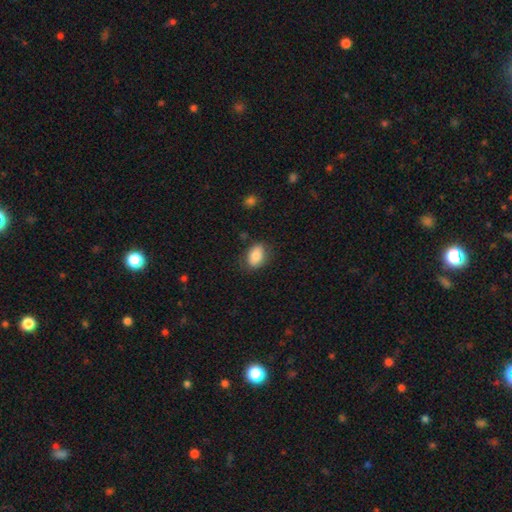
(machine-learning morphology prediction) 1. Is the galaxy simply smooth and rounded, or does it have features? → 82% smooth, 10% featured or disk, 7% star or artifact.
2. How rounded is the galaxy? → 83% in between, 16% round, 1% cigar-shaped.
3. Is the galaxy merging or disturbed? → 78% none, 16% minor disturbance, 5% major disturbance, 2% merger.